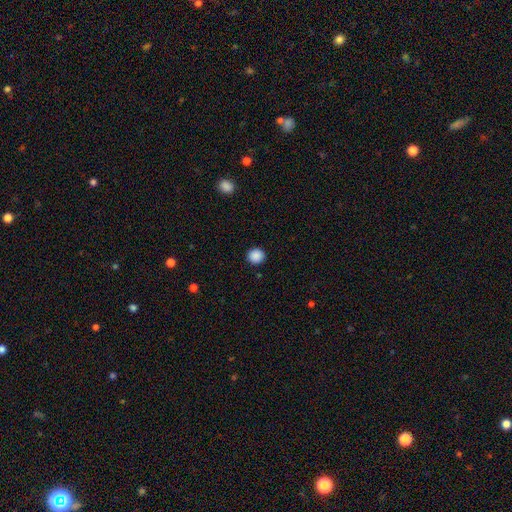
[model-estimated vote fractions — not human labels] Morphology: type=smooth (89%); roundness=round (92%); merging=none (92%).